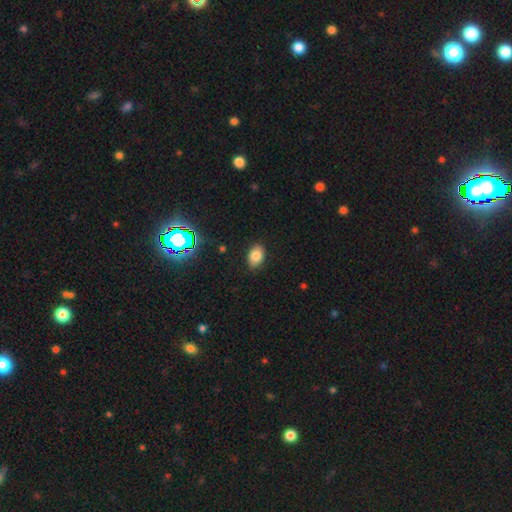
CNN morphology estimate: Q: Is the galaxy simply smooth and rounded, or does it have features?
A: smooth — 80%.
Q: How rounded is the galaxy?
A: in between — 84%.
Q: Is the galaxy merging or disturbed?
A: none — 86%.